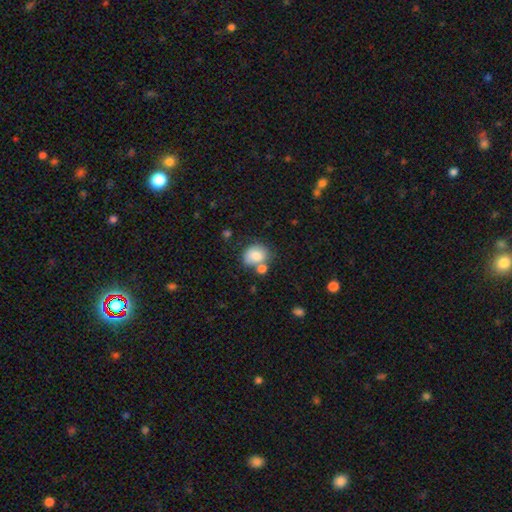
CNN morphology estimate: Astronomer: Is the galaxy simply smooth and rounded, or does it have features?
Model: smooth — 80%.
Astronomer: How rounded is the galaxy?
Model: round — 62%.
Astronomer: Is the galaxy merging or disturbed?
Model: none — 52%.